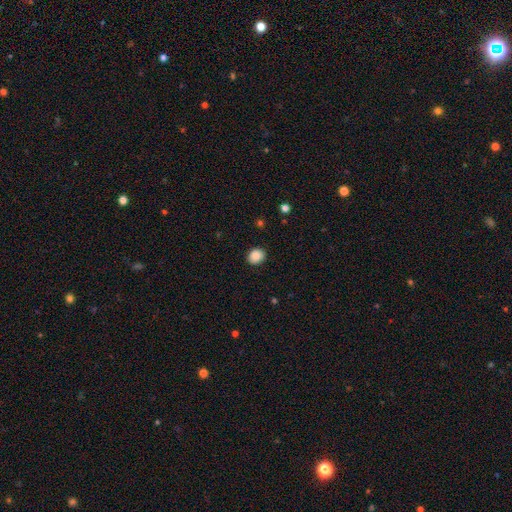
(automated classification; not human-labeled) Smooth or featured: smooth — 87% (star or artifact — 9%)
How rounded: round — 65% (in between — 34%)
Merging: none — 89% (minor disturbance — 8%)